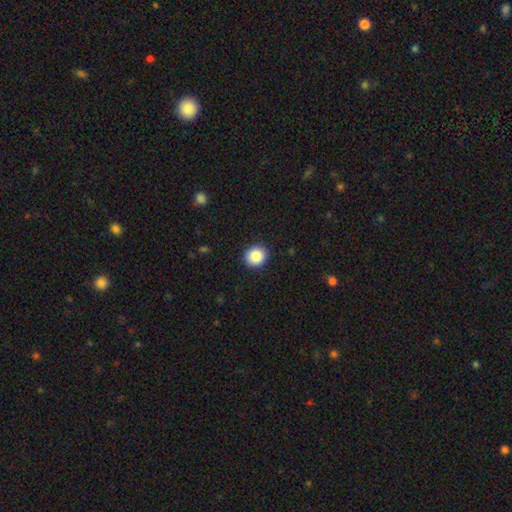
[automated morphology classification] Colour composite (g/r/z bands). It shows a smooth galaxy with no disk features (87%) that is round (84%). Merging: none (91%).